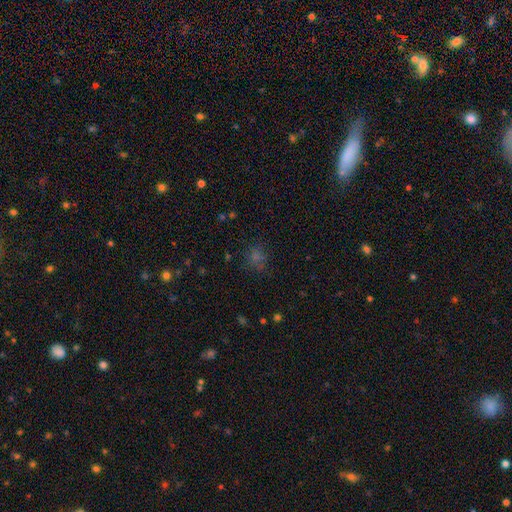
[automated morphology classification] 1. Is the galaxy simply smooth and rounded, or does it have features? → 52% smooth, 37% star or artifact, 10% featured or disk.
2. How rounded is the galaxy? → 75% round, 23% in between, 2% cigar-shaped.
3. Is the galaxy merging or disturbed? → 77% none, 13% minor disturbance, 7% major disturbance, 3% merger.